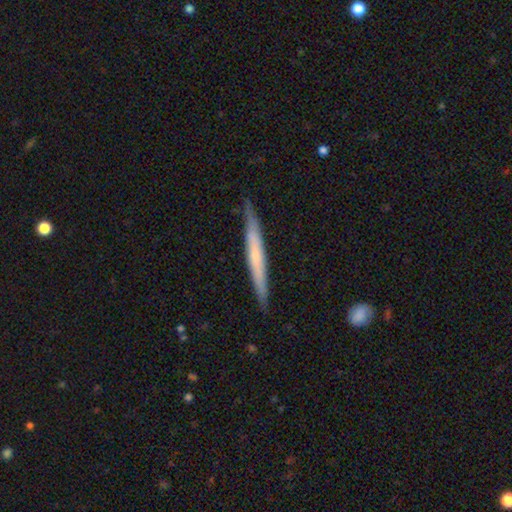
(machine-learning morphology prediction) featured or disk 51%, smooth 44%, star or artifact 5%. Down the decision tree: edge-on disk — yes (95%); merging — none (86%).